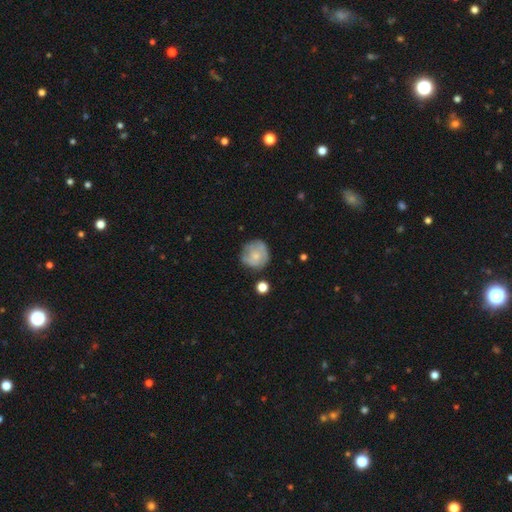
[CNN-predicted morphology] The model was most divided on "smooth or featured": smooth: 55%, featured or disk: 37%, star or artifact: 7%. More confident: how rounded — round (89%); merging — none (66%).